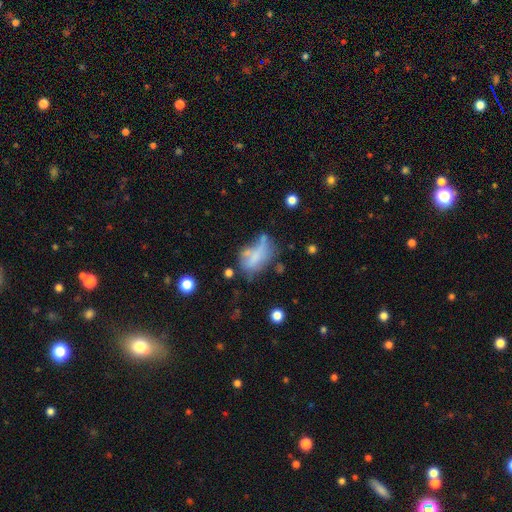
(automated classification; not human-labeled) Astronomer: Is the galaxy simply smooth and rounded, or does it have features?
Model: smooth — 51% (runner-up: featured or disk, 36%).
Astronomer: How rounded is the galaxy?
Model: in between — 80%.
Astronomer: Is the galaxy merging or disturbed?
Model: major disturbance — 31% (runner-up: none, 28%).